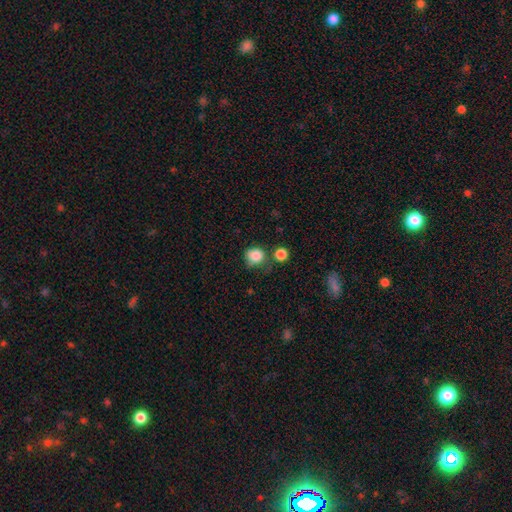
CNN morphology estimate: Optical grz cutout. It shows a smooth galaxy with no disk features (85%) that is round (80%). Merging: none (58%).